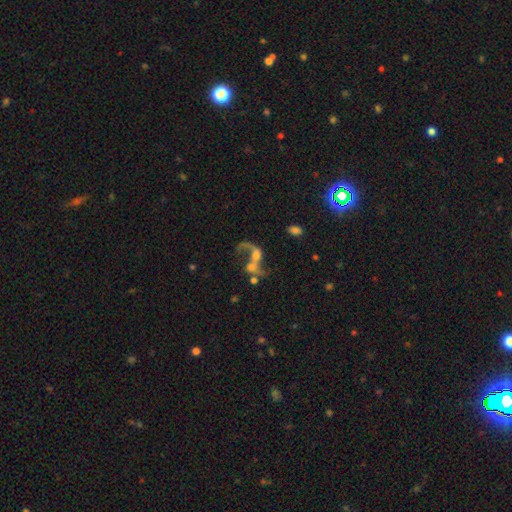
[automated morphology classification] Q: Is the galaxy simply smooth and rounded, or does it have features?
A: featured or disk — 64%.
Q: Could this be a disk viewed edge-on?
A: no — 96%.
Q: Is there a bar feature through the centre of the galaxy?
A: no — 65%.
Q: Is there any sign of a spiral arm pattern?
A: yes — 65%.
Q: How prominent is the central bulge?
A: none — 33%.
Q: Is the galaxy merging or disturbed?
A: merger — 42%.